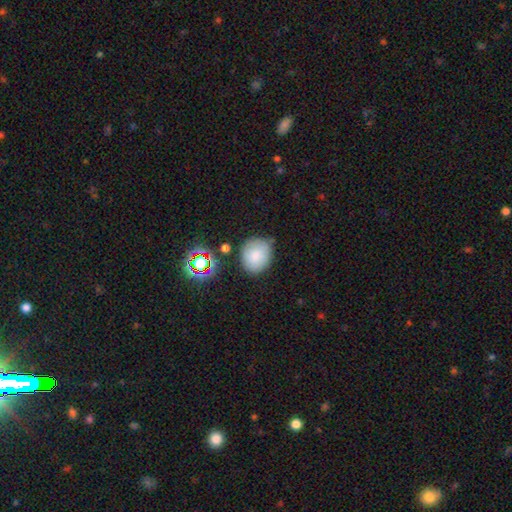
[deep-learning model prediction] The model was most divided on "how rounded": round: 67%, in between: 32%, cigar-shaped: 1%. More confident: smooth or featured — smooth (79%); merging — none (72%).